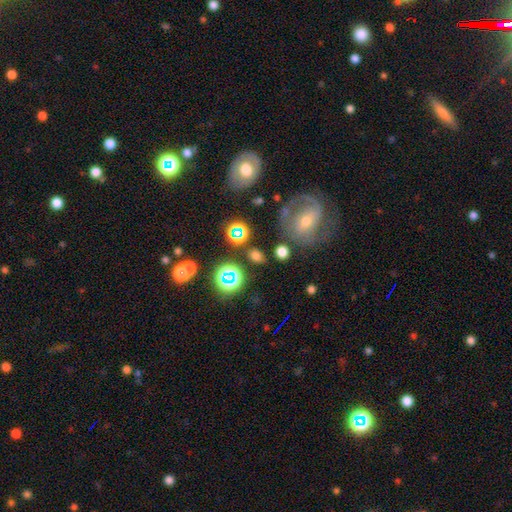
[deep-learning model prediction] Q: Smooth or featured?
A: smooth (62%); runner-up: star or artifact (25%)
Q: How rounded?
A: in between (51%); runner-up: round (46%)
Q: Merging?
A: none (78%); runner-up: minor disturbance (11%)